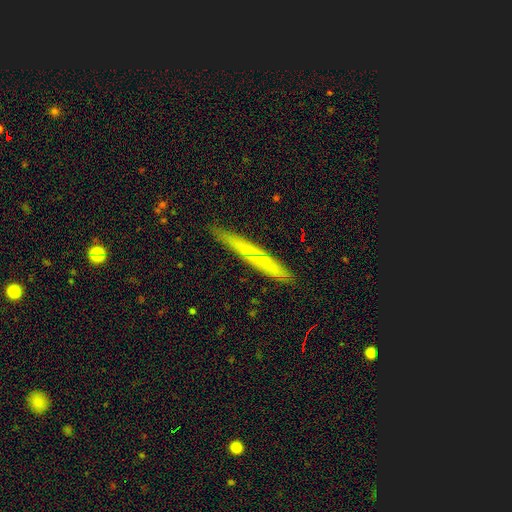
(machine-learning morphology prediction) Overall: smooth (58%; featured or disk 35%). How rounded: cigar-shaped (97%). Merging: none (88%).